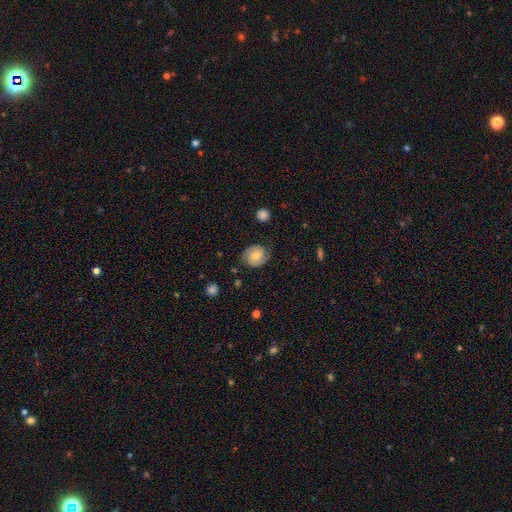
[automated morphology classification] The model was most divided on "spiral winding": tight: 48%, medium: 39%, loose: 13%. More confident: edge-on disk — no (98%); spiral arms — yes (94%); spiral arm count — 2 (88%); merging — none (78%); smooth or featured — featured or disk (67%); bar — no (65%); bulge size — moderate (52%).